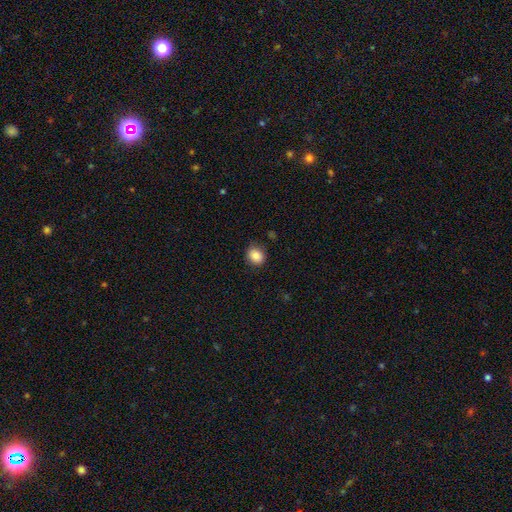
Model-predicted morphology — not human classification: A smooth galaxy with no disk features (85%) that is round (73%). Merging: none (85%).